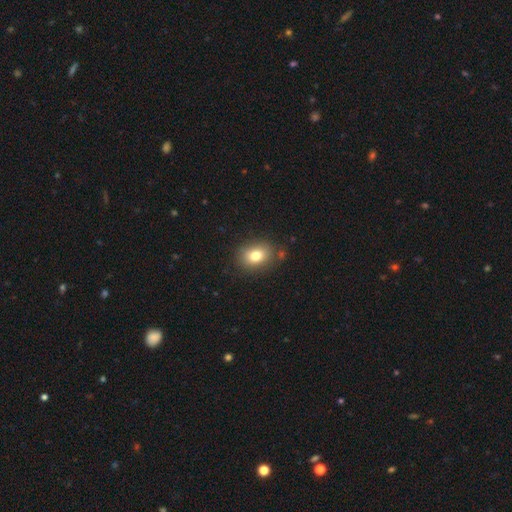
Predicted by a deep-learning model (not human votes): This is likely a smooth galaxy (78%). How rounded: likely in between (68%). Merging: clearly none (82%).